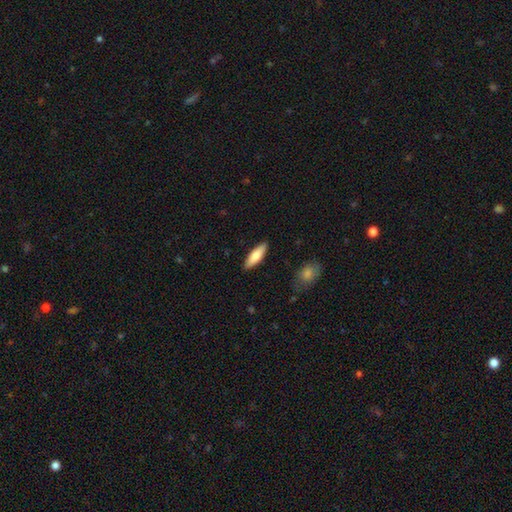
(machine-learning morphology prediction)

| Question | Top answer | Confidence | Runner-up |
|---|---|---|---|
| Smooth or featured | smooth | 78% | featured or disk (17%) |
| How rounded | in between | 51% | cigar-shaped (48%) |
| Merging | none | 89% | minor disturbance (8%) |